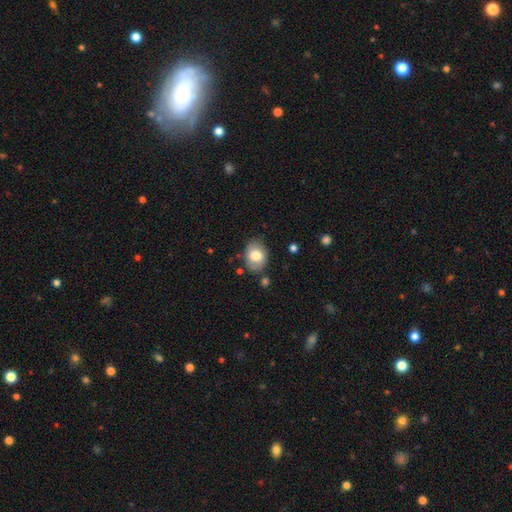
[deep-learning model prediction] This is likely a smooth galaxy (76%). How rounded: likely in between (65%). Merging: likely none (78%).